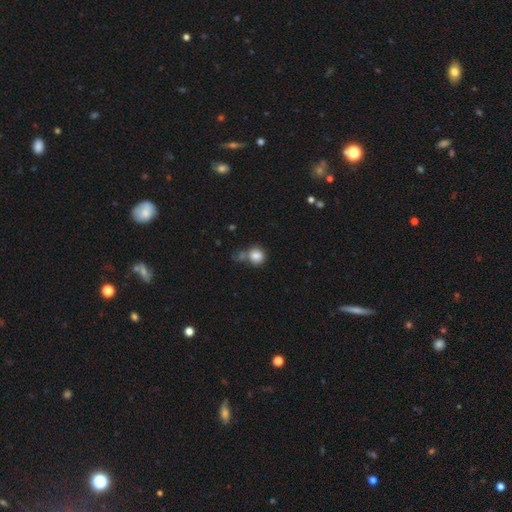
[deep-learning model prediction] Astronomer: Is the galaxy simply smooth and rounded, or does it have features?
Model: smooth — 84%.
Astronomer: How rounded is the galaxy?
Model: round — 86%.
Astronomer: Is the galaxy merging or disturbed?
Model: none — 53%.